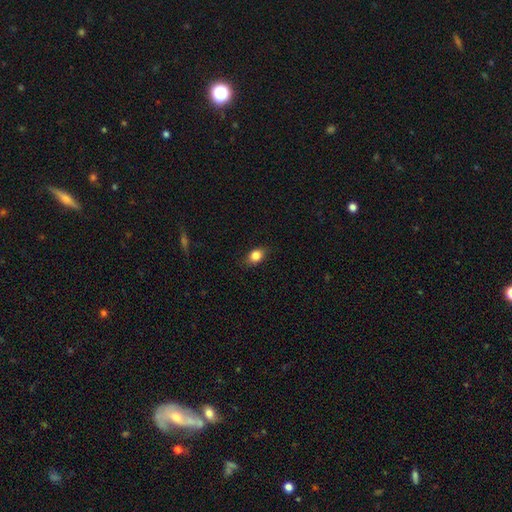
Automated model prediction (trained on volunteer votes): Smooth or featured?
  - smooth: 84% *
  - star or artifact: 9%
  - featured or disk: 7%
How rounded?
  - in between: 69% *
  - round: 29%
  - cigar-shaped: 2%
Merging?
  - none: 83% *
  - minor disturbance: 13%
  - major disturbance: 3%
  - merger: 1%